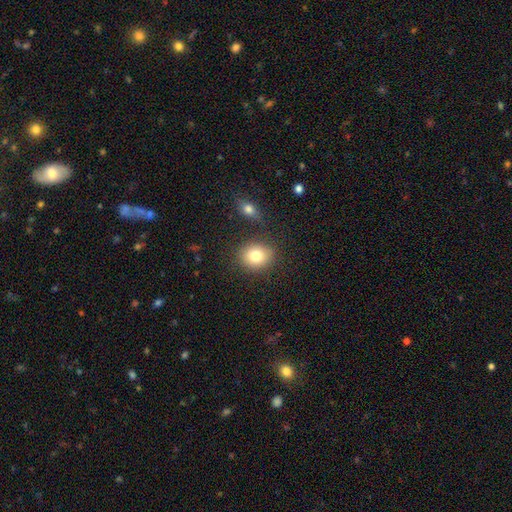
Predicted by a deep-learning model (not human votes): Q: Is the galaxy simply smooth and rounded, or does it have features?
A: smooth — 80%.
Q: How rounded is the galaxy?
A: round — 66%.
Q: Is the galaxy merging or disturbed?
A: none — 80%.